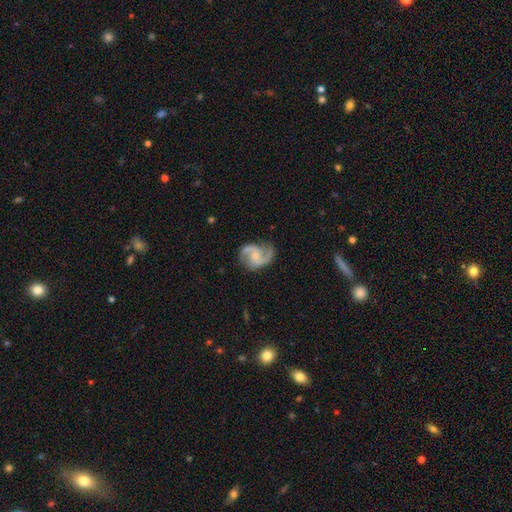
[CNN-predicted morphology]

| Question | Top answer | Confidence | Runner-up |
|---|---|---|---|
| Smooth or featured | featured or disk | 88% | smooth (7%) |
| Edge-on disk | no | 98% | yes (2%) |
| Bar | no | 59% | weak (34%) |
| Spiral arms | yes | 98% | no (2%) |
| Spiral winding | medium | 54% | loose (32%) |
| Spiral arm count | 2 | 91% | 3 (3%) |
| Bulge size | small | 63% | moderate (30%) |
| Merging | none | 74% | minor disturbance (17%) |